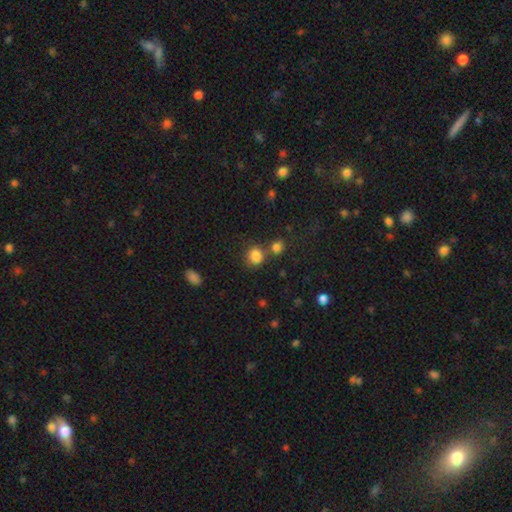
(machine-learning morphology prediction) The model was most divided on "merging": none: 61%, merger: 23%, minor disturbance: 12%, major disturbance: 4%. More confident: smooth or featured — smooth (84%); how rounded — round (70%).